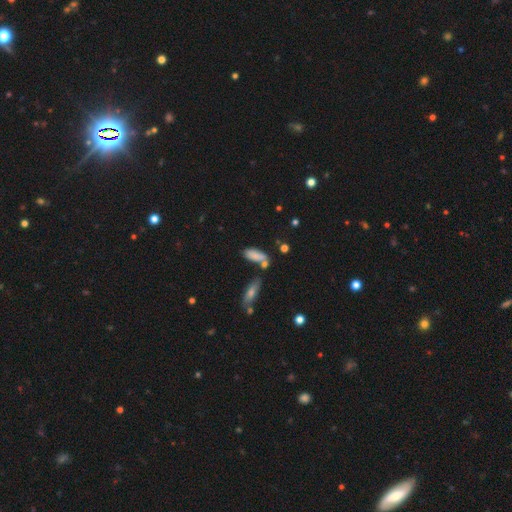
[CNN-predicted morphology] Smooth or featured: smooth — 78% (featured or disk — 12%)
How rounded: in between — 73% (cigar-shaped — 24%)
Merging: none — 52% (merger — 22%)